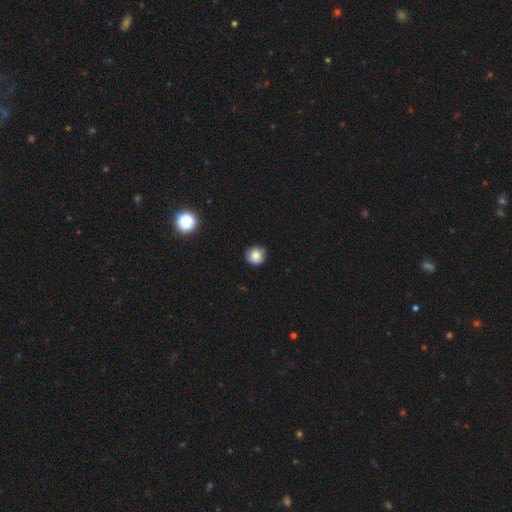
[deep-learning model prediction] A smooth galaxy with no disk features (81%) that is round (93%). Merging: none (80%).